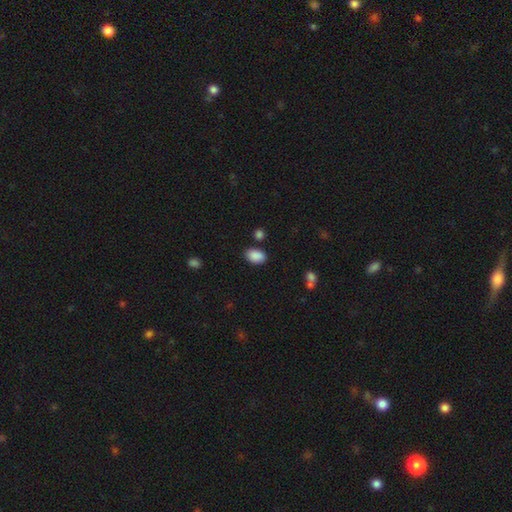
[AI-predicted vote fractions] smooth-or-featured: smooth: 89% | star or artifact: 8% | featured or disk: 3%
  how-rounded: in between: 89% | round: 10% | cigar-shaped: 1%
  merging: none: 80% | minor disturbance: 12% | merger: 4% | major disturbance: 3%